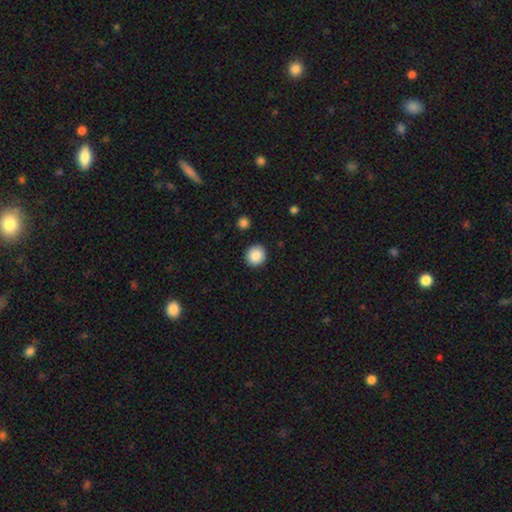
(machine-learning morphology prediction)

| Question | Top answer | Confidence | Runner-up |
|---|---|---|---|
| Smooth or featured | smooth | 88% | star or artifact (8%) |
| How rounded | round | 92% | in between (7%) |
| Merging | none | 92% | minor disturbance (5%) |